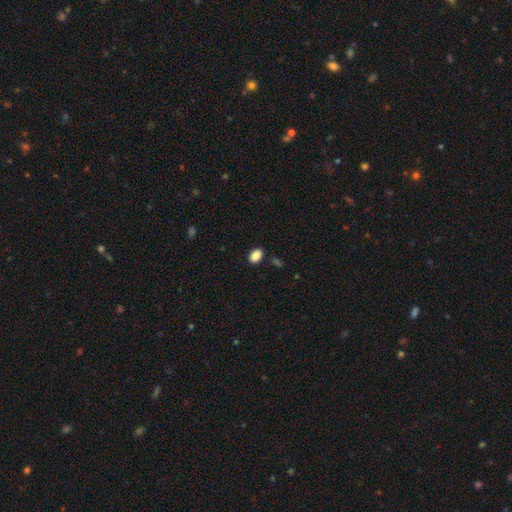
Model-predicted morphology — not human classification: A smooth galaxy with no disk features (88%) that is in between round and cigar-shaped (85%). Merging: none (86%).